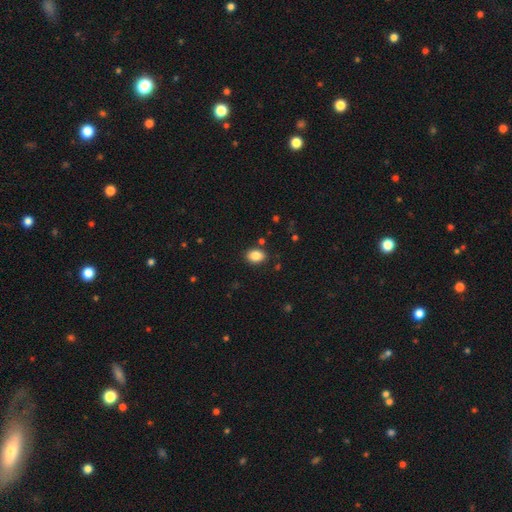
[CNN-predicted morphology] smooth 86%, star or artifact 9%, featured or disk 5%. Down the decision tree: how rounded — in between (72%); merging — none (87%).